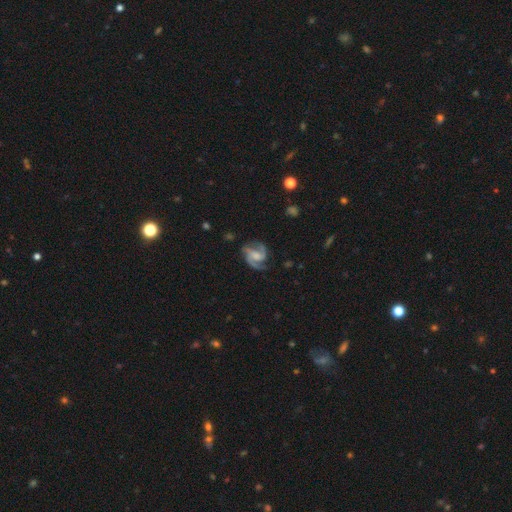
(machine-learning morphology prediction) A featured or disk galaxy (88%) with a weak bar (45%), 2 (60%) medium (57%) spiral arms (98%) and a moderate central bulge (40%). Merging: none (71%).